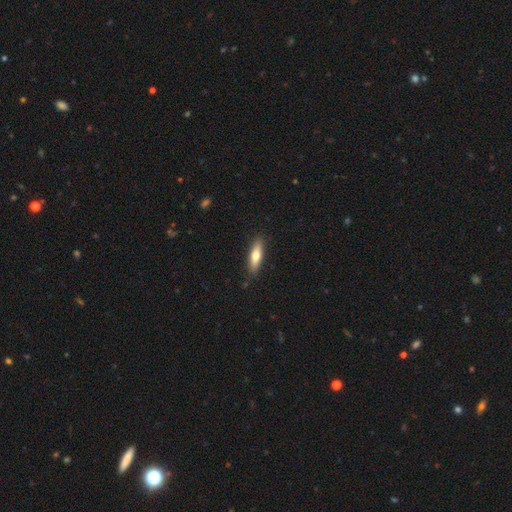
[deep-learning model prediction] Smooth or featured: smooth — 64% (featured or disk — 30%)
How rounded: cigar-shaped — 60% (in between — 38%)
Merging: none — 88% (minor disturbance — 9%)